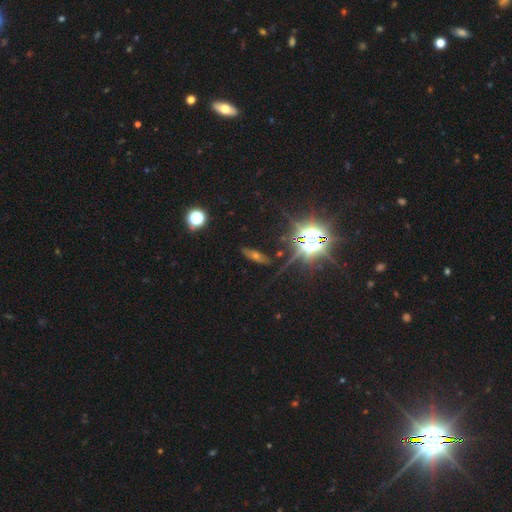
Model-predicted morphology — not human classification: Overall: star or artifact (41%; featured or disk 37%).